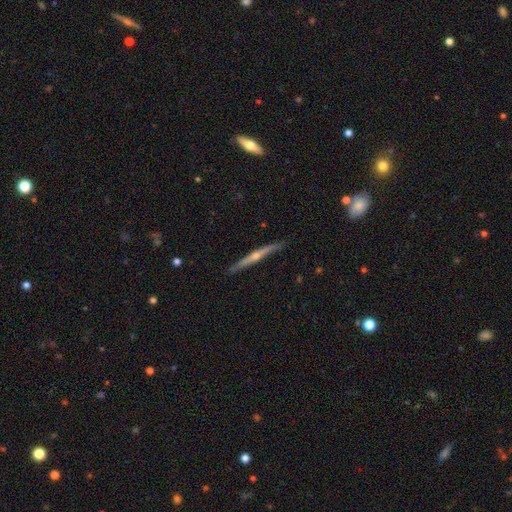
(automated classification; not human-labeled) Smooth or featured?
  - featured or disk: 78% *
  - smooth: 16%
  - star or artifact: 6%
Edge-on disk?
  - yes: 98% *
  - no: 2%
Edge-on bulge?
  - rounded: 82% *
  - none: 14%
  - boxy: 4%
Merging?
  - none: 88% *
  - minor disturbance: 9%
  - major disturbance: 2%
  - merger: 1%